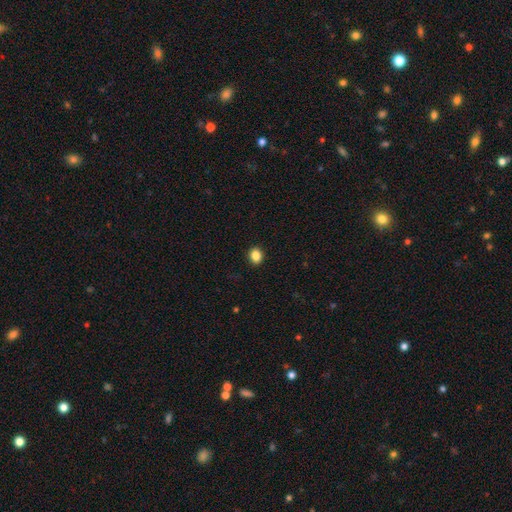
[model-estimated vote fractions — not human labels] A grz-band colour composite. It shows a smooth galaxy with no disk features (86%) that is round (54%). Merging: none (92%).